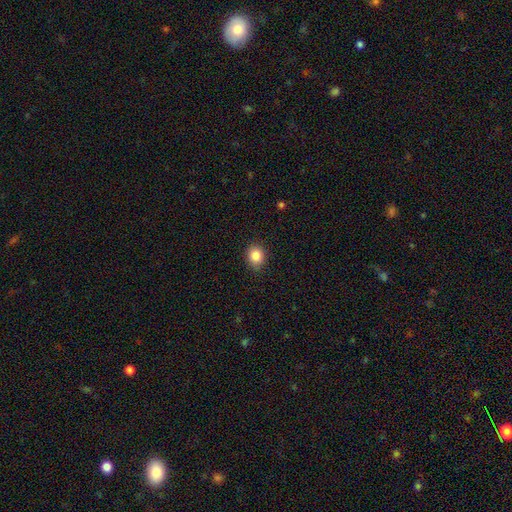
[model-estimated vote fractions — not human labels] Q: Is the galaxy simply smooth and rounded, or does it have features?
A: smooth — 86%.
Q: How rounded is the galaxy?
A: round — 63%.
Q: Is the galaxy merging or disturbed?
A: none — 87%.